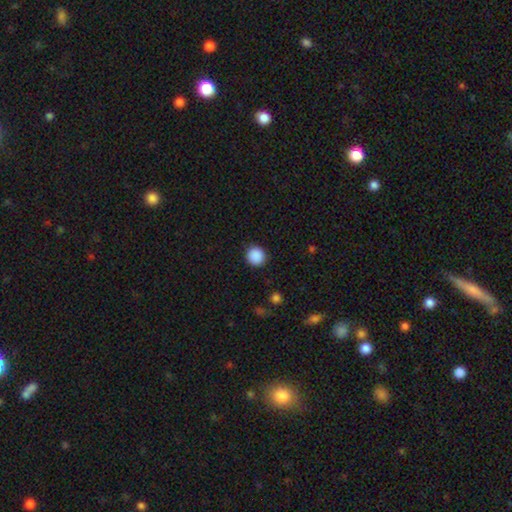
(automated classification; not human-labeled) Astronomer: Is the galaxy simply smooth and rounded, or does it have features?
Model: smooth — 89%.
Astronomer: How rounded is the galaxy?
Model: round — 94%.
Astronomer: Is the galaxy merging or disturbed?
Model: none — 92%.